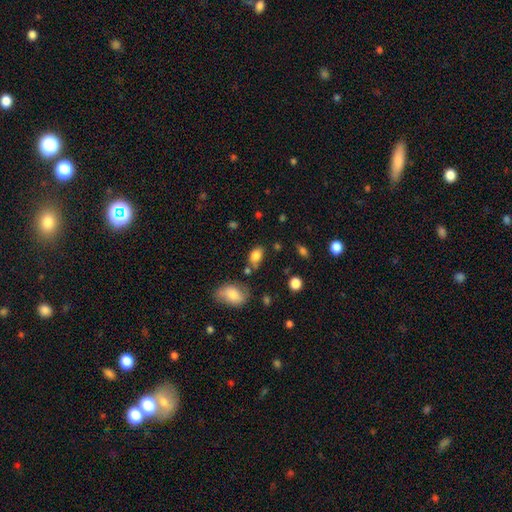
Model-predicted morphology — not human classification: Smooth or featured? smooth (82%)
How rounded? in between (85%)
Merging? none (61%)